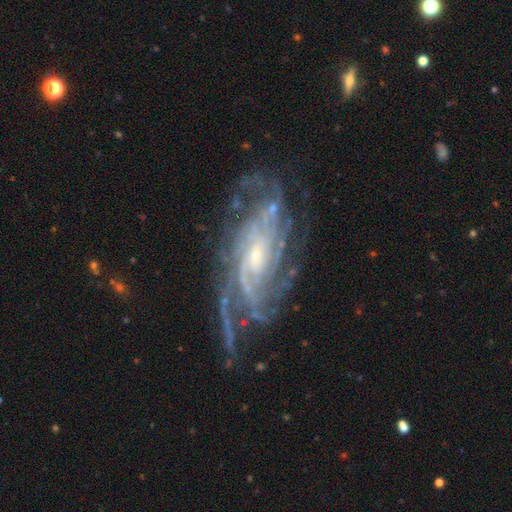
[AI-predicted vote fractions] This is clearly a featured or disk galaxy (90%). It is clearly not viewed edge-on (94%). Bar: possibly no (53%). Spiral arm pattern: clearly yes (97%). Spiral arm count: marginally 4 (26%). Spiral winding: possibly tight (60%). Central bulge: likely small (66%). Merging: likely none (70%).